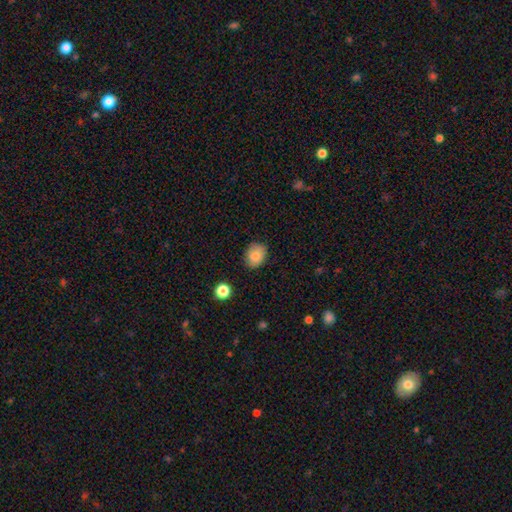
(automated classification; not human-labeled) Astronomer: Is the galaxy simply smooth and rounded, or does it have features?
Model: smooth — 84%.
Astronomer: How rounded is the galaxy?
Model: in between — 56% (runner-up: round, 44%).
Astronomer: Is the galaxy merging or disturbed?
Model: none — 83%.